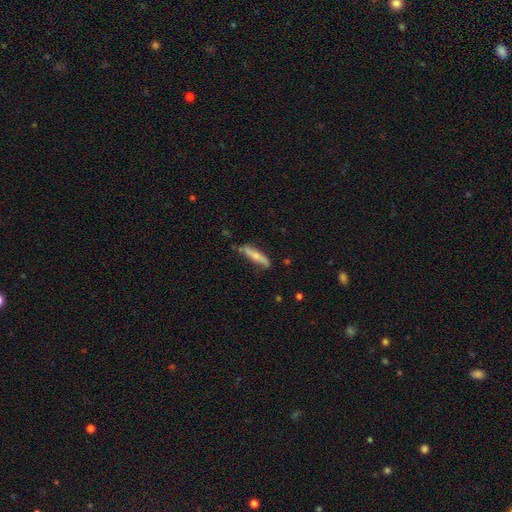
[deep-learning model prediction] smooth 60%, featured or disk 34%, star or artifact 6%. Down the decision tree: how rounded — cigar-shaped (78%); merging — none (65%).